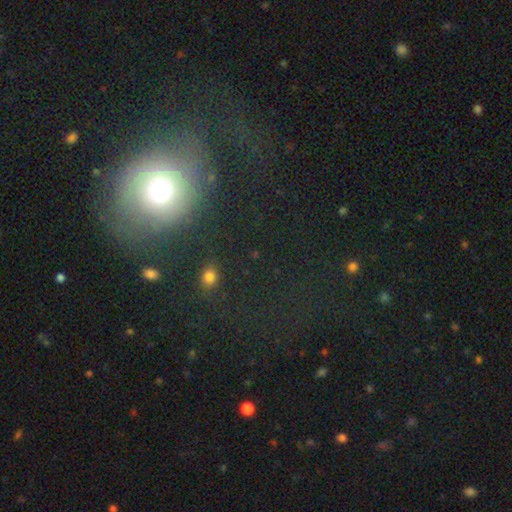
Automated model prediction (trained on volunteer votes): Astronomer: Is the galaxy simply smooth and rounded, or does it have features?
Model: smooth — 55%.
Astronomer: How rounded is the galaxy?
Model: round — 79%.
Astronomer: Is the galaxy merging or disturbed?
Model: none — 51% (runner-up: major disturbance, 29%).